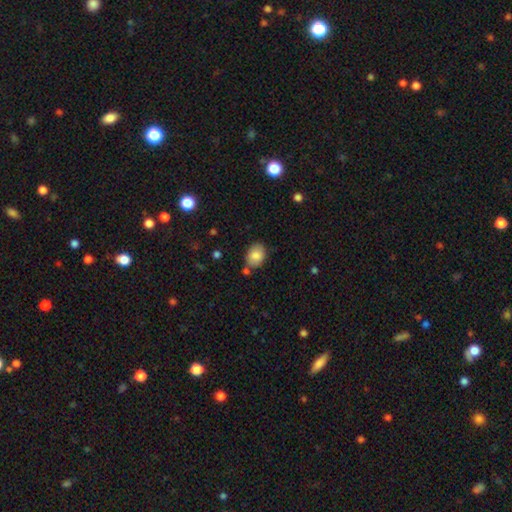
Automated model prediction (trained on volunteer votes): Smooth or featured?
  - smooth: 84% *
  - featured or disk: 9%
  - star or artifact: 7%
How rounded?
  - in between: 78% *
  - round: 21%
  - cigar-shaped: 1%
Merging?
  - none: 72% *
  - minor disturbance: 16%
  - merger: 8%
  - major disturbance: 4%